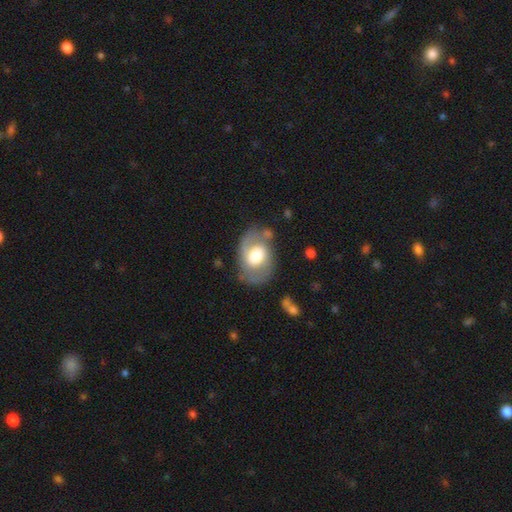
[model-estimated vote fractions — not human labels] This appears to be a featured or disk galaxy (60%) with no bar (59%), spiral arms (72%) and a large central bulge (45%). Merging: none (64%).